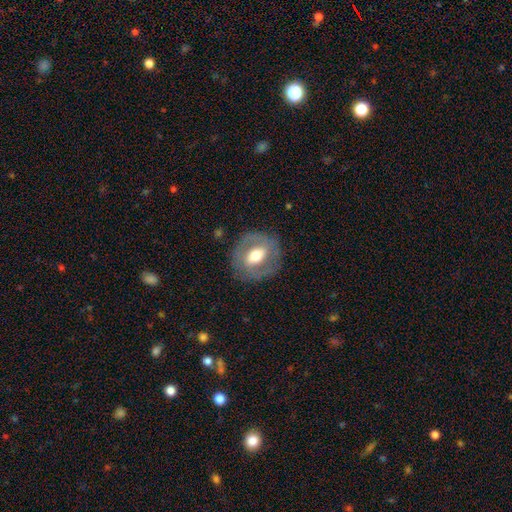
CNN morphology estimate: A featured or disk galaxy (55%). Merging: none (80%).